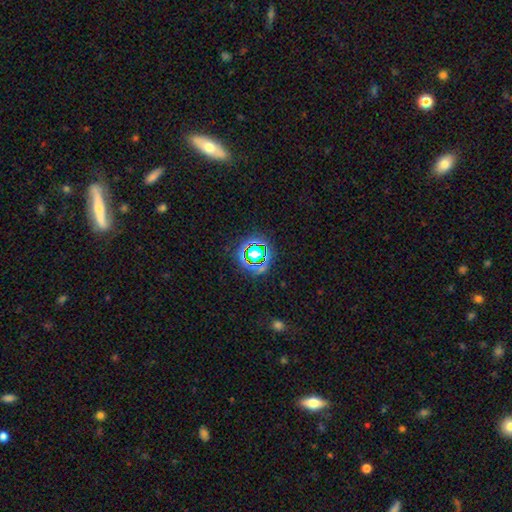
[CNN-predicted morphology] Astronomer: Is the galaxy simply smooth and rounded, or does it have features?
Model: star or artifact — 68%.